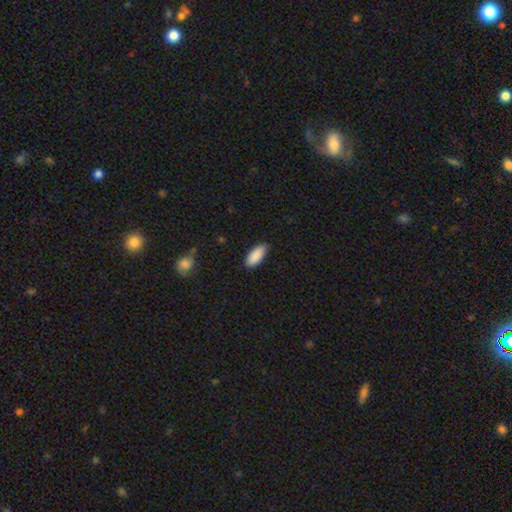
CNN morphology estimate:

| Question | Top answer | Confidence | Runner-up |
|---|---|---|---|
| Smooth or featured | smooth | 90% | star or artifact (6%) |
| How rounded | in between | 86% | cigar-shaped (12%) |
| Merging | none | 85% | minor disturbance (12%) |